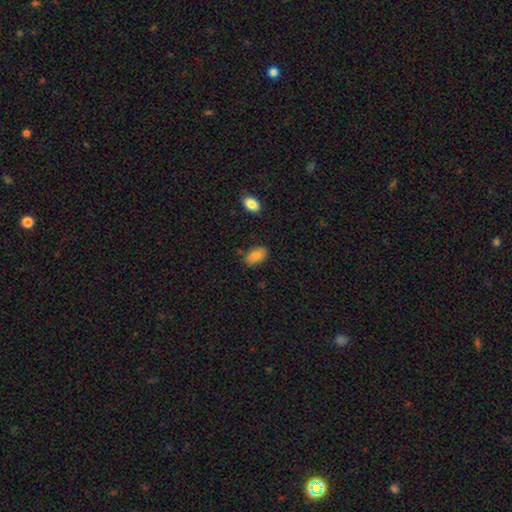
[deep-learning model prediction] This appears to be a smooth galaxy with no disk features (84%) that is in between round and cigar-shaped (93%). Merging: none (80%).